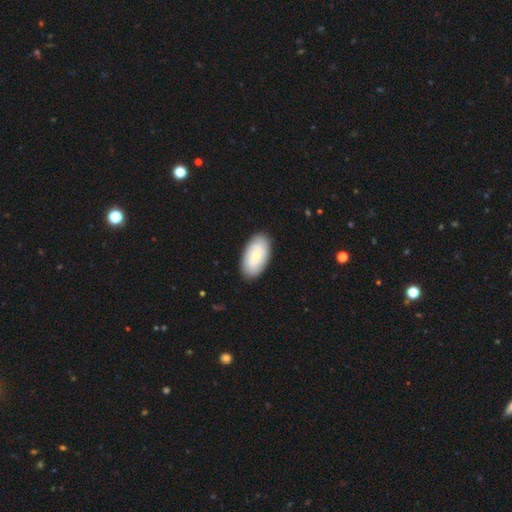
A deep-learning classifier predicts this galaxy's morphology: Smooth or featured? Predicted: smooth (p=0.63). How rounded? Predicted: in between (p=0.94). Merging? Predicted: none (p=0.87).